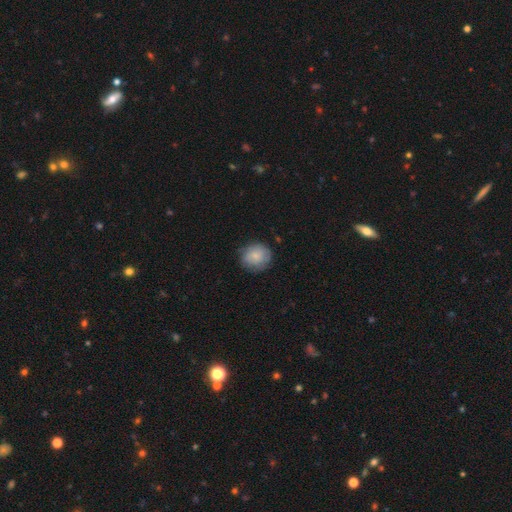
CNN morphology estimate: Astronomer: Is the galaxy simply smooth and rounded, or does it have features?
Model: smooth — 78%.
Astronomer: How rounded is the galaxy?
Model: round — 81%.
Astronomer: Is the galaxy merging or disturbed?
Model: none — 77%.